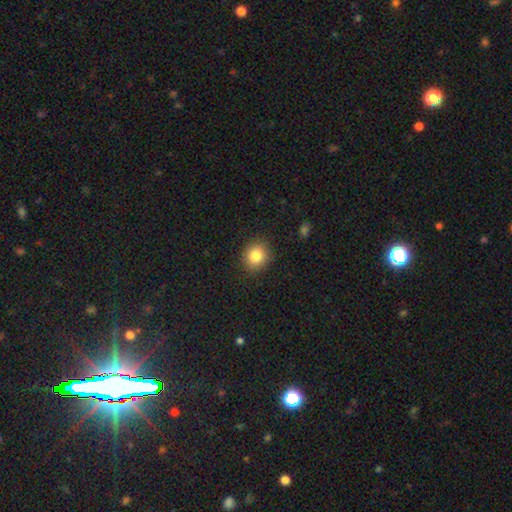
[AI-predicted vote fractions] This appears to be a smooth galaxy with no disk features (83%) that is round (80%). Merging: none (89%).